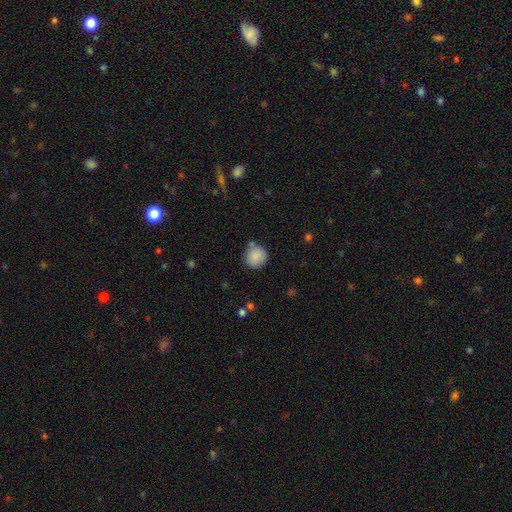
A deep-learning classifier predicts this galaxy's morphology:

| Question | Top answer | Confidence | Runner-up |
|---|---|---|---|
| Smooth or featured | smooth | 87% | star or artifact (8%) |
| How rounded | round | 89% | in between (10%) |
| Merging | none | 72% | minor disturbance (16%) |